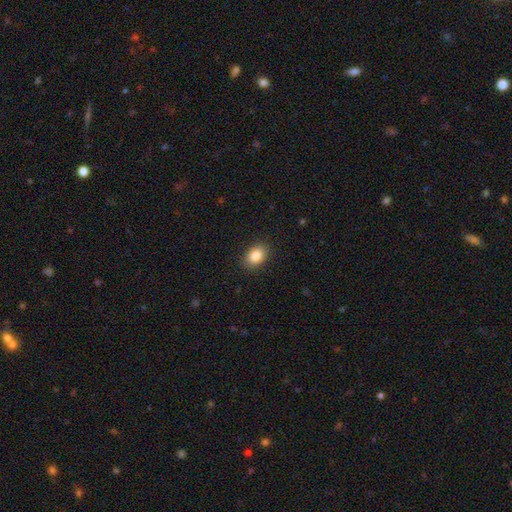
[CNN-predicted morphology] Smooth or featured? Predicted: smooth (p=0.87). How rounded? Predicted: in between (p=0.77). Merging? Predicted: none (p=0.89).